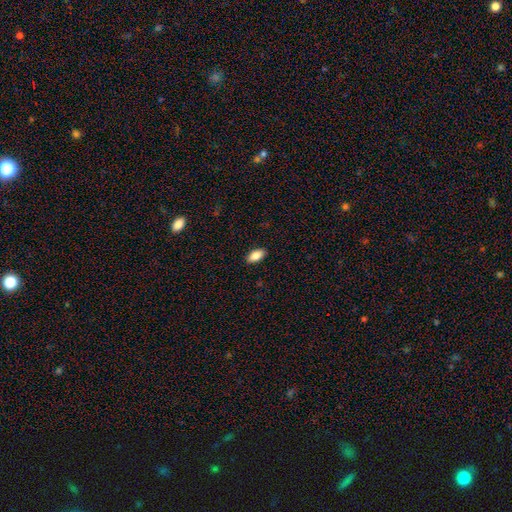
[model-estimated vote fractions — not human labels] The model was most divided on "smooth or featured": smooth: 85%, featured or disk: 8%, star or artifact: 7%. More confident: how rounded — in between (92%); merging — none (90%).